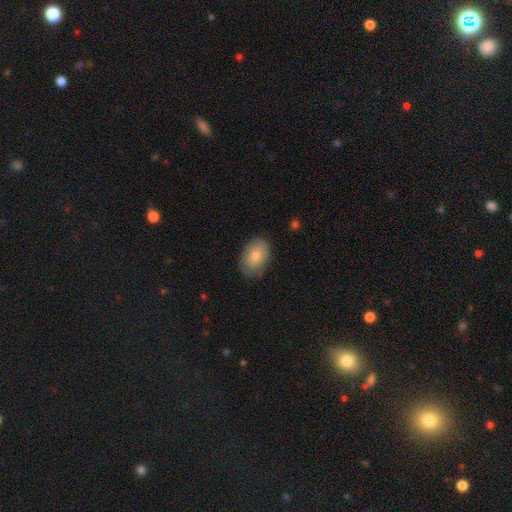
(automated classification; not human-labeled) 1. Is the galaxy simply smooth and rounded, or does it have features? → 74% smooth, 19% featured or disk, 7% star or artifact.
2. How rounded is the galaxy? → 83% in between, 16% round, 1% cigar-shaped.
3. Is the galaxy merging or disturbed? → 79% none, 17% minor disturbance, 3% major disturbance, 1% merger.